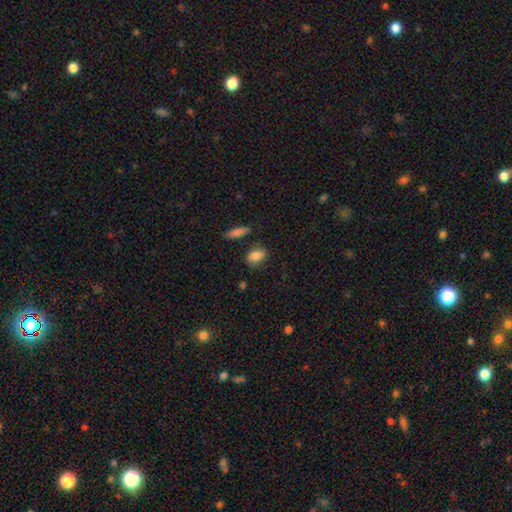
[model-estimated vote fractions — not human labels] Morphology: type=smooth (83%); roundness=in between (80%); merging=none (79%).